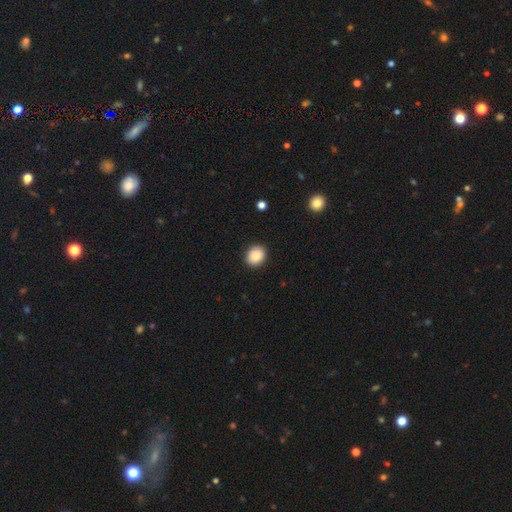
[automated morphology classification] A smooth galaxy with no disk features (87%) that is round (62%).

Vote fractions:
- Smooth or featured? smooth: 87% / star or artifact: 8% / featured or disk: 5%
- How rounded? round: 62% / in between: 37% / cigar-shaped: 1%
- Merging? none: 91% / minor disturbance: 7% / major disturbance: 2% / merger: 1%